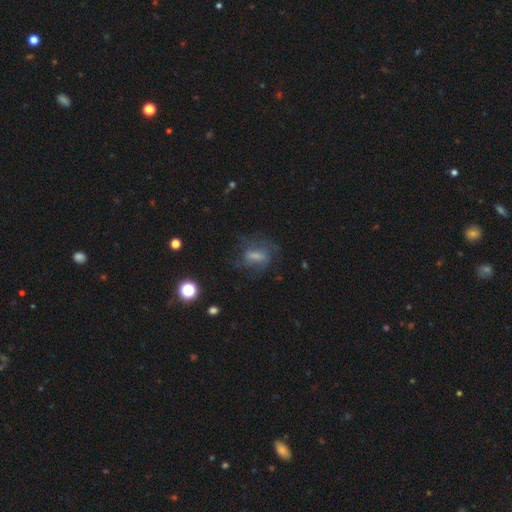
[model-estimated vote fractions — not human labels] Morphology: type=smooth (45%); merging=none (54%).